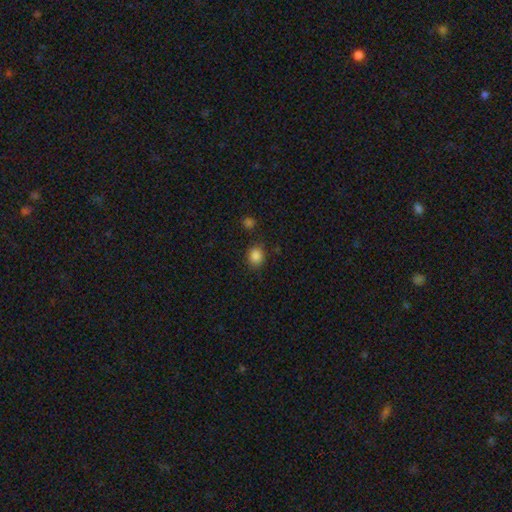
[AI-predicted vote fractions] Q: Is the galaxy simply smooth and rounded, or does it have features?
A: smooth — 85%.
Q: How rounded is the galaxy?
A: round — 70%.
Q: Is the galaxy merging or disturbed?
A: none — 81%.